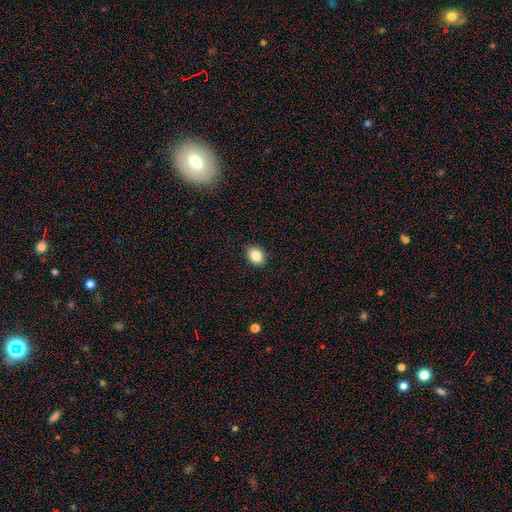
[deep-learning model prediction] Smooth or featured: smooth — 85% (star or artifact — 9%)
How rounded: in between — 66% (round — 33%)
Merging: none — 90% (minor disturbance — 7%)